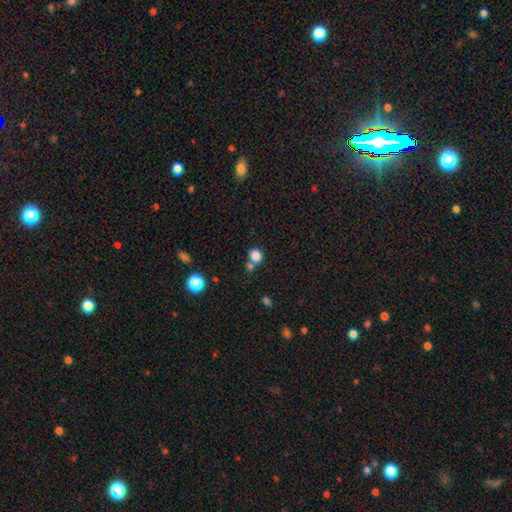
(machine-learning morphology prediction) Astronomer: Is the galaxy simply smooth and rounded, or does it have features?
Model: smooth — 83%.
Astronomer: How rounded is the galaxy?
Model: round — 69%.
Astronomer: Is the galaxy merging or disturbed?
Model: none — 56%.